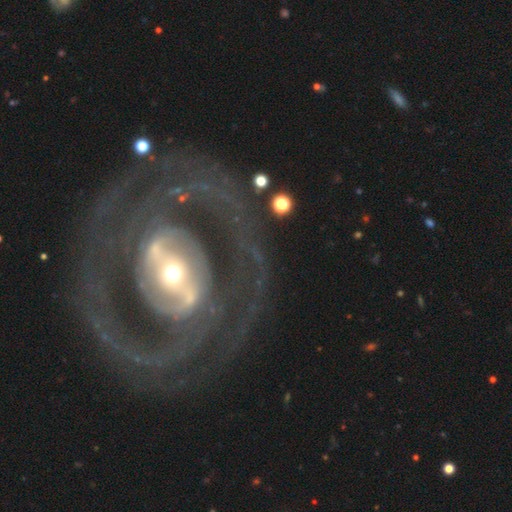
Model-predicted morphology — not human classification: Overall: featured or disk (87%). Edge-on disk: no (96%). Bar: strong (41%; weak 30%). Spiral arms: yes (87%). Spiral arm count: 2 (62%). Spiral winding: tight (55%; medium 34%). Bulge size: small (45%; moderate 43%). Merging: none (73%).